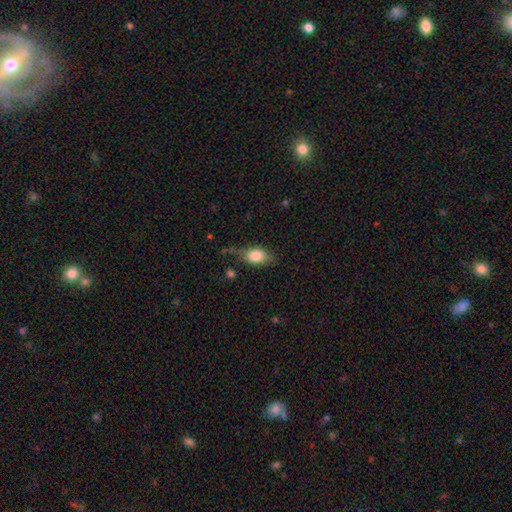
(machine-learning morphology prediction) Smooth or featured: smooth — 80% (featured or disk — 13%)
How rounded: in between — 83% (round — 13%)
Merging: none — 58% (minor disturbance — 27%)